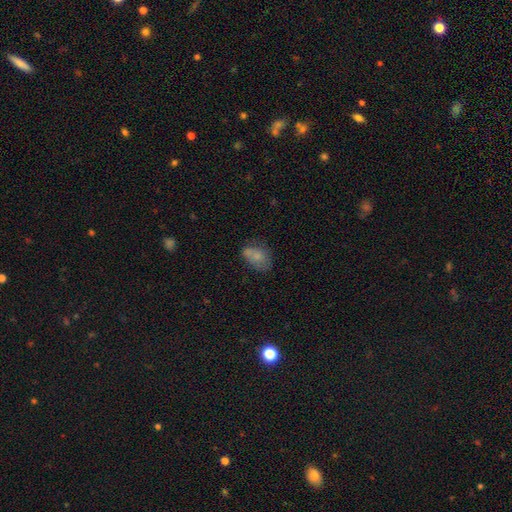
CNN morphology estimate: This appears to be a smooth galaxy with no disk features (73%) that is in between round and cigar-shaped (82%). Merging: none (47%).